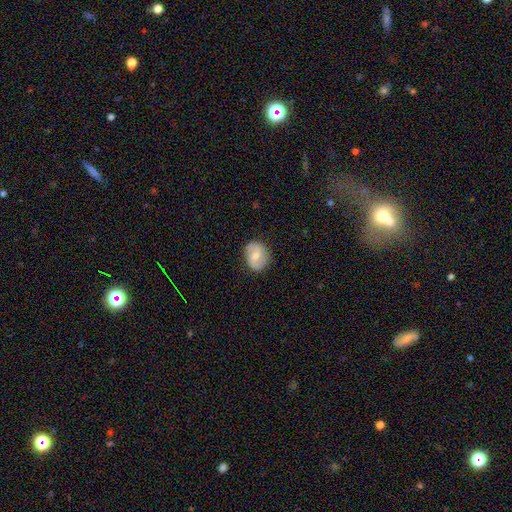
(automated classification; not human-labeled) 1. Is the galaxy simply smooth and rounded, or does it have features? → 50% smooth, 43% featured or disk, 7% star or artifact.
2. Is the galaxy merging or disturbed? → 81% none, 14% minor disturbance, 4% major disturbance, 1% merger.